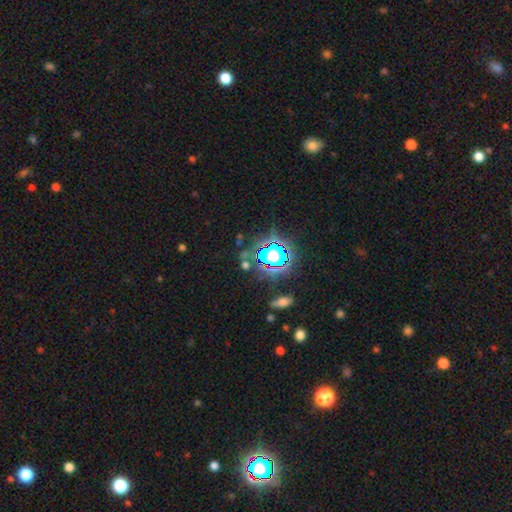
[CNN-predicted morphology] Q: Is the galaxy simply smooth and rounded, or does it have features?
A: star or artifact — 82%.